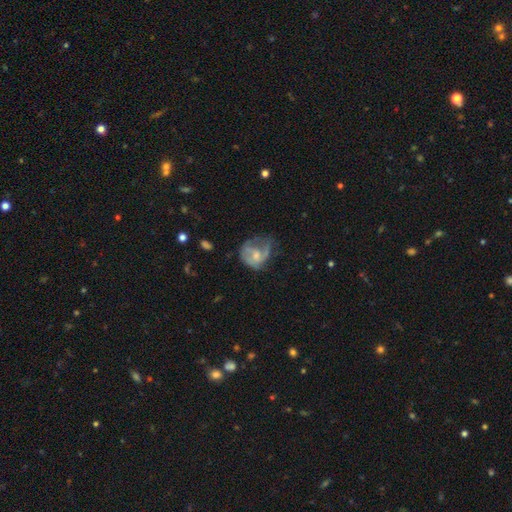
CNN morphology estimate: smooth-or-featured: featured or disk: 54% | smooth: 38% | star or artifact: 8%
  disk-edge-on: no: 97% | yes: 3%
    bar: no: 68% | weak: 27% | strong: 4%
    has-spiral-arms: yes: 58% | no: 42%
    bulge-size: moderate: 45% | small: 38% | none: 11% | large: 4% | dominant: 1%
  merging: major disturbance: 39% | none: 31% | minor disturbance: 28% | merger: 3%